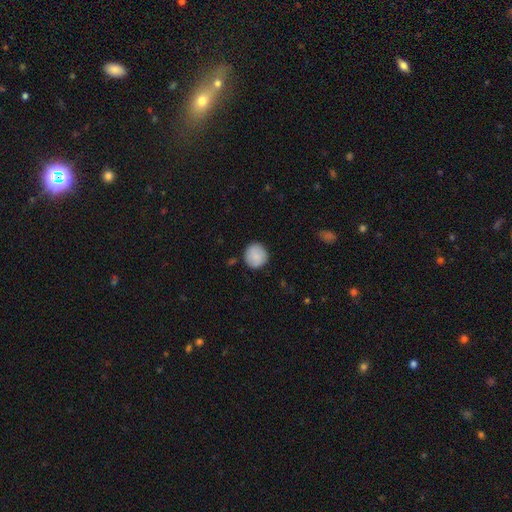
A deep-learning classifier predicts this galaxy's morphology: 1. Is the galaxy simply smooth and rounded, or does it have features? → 84% smooth, 10% featured or disk, 7% star or artifact.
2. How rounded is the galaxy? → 93% round, 6% in between, 1% cigar-shaped.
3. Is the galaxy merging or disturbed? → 88% none, 9% minor disturbance, 2% major disturbance, 1% merger.